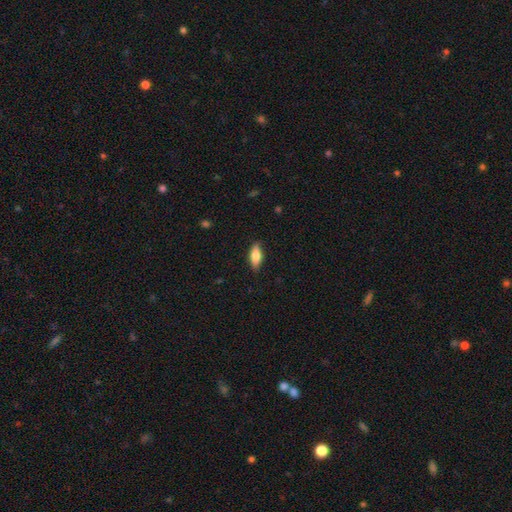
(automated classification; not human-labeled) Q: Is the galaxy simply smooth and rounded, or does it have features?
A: smooth — 77%.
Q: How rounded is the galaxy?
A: in between — 76%.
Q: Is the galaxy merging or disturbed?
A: none — 86%.